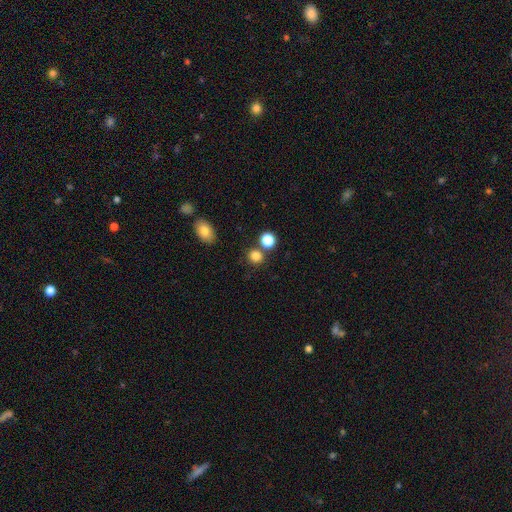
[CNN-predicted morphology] A smooth galaxy with no disk features (83%) that is round (85%). Merging: none (73%).